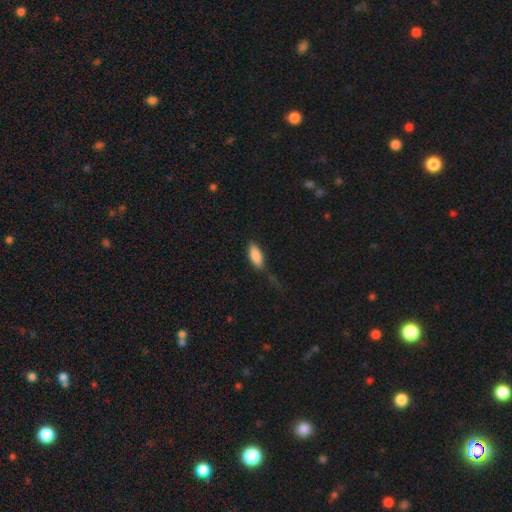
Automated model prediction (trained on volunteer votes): This is clearly a smooth galaxy (86%). How rounded: clearly in between (84%). Merging: possibly none (55%).